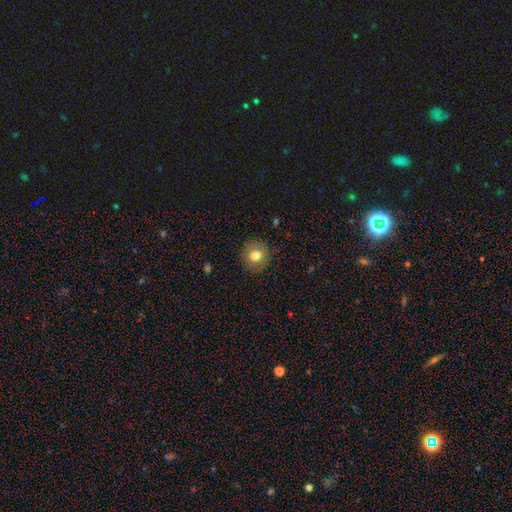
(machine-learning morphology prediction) Smooth or featured?
  - smooth: 77% *
  - featured or disk: 13%
  - star or artifact: 10%
How rounded?
  - round: 87% *
  - in between: 12%
  - cigar-shaped: 1%
Merging?
  - none: 87% *
  - minor disturbance: 9%
  - major disturbance: 3%
  - merger: 1%